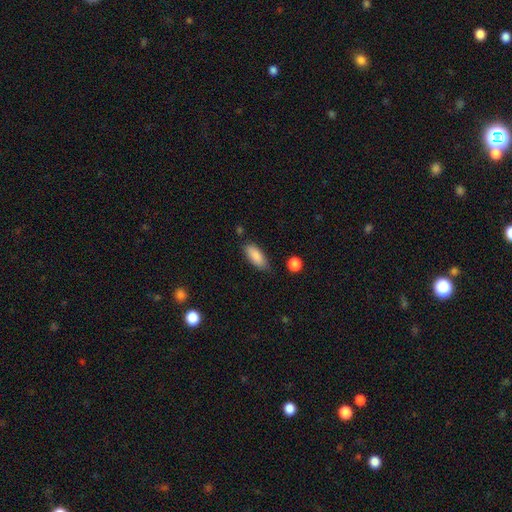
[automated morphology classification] smooth-or-featured: smooth: 88% | star or artifact: 7% | featured or disk: 6%
  how-rounded: in between: 80% | cigar-shaped: 17% | round: 2%
  merging: none: 76% | minor disturbance: 18% | major disturbance: 4% | merger: 2%